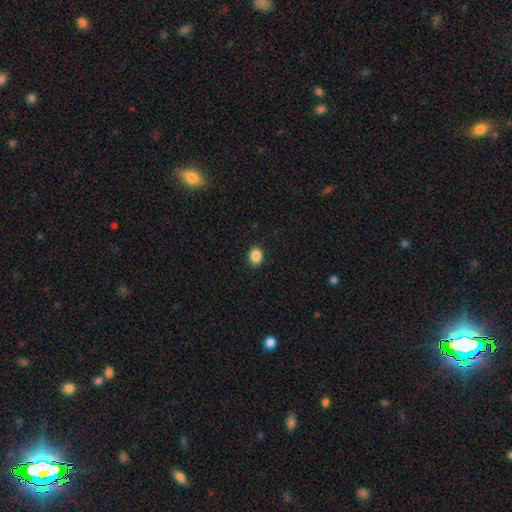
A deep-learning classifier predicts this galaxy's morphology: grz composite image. It shows a smooth galaxy with no disk features (89%) that is in between round and cigar-shaped (64%). Merging: none (90%).